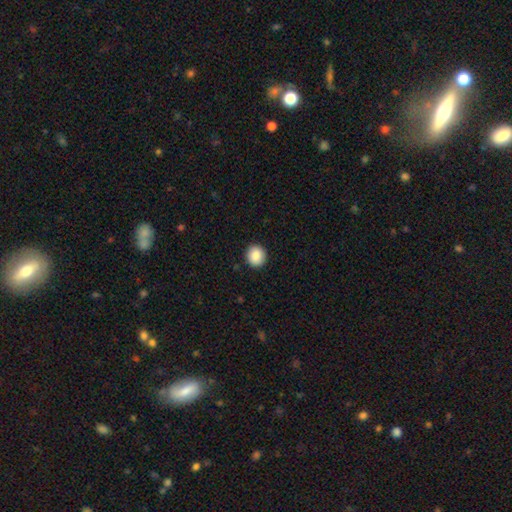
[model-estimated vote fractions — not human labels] smooth_or_featured: smooth (p=0.88) [alt: star or artifact p=0.08]
how_rounded: round (p=0.86) [alt: in between p=0.13]
merging: none (p=0.92) [alt: minor disturbance p=0.05]